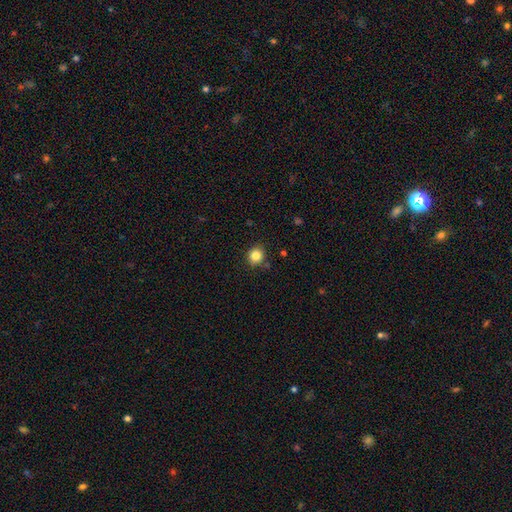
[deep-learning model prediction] Morphology: type=smooth (84%); roundness=round (85%); merging=none (87%).